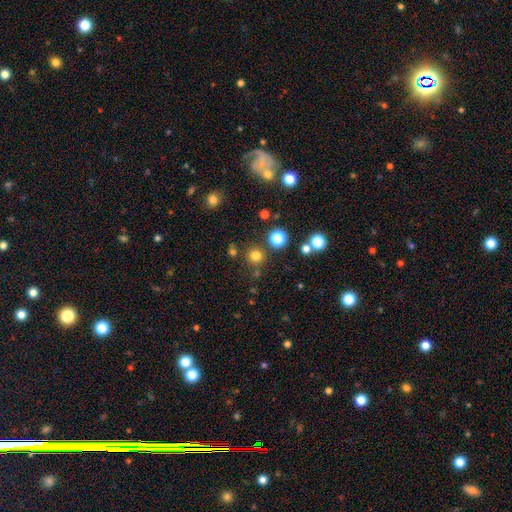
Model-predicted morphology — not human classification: Smooth or featured?
  - smooth: 75% *
  - star or artifact: 19%
  - featured or disk: 6%
How rounded?
  - round: 94% *
  - in between: 5%
  - cigar-shaped: 1%
Merging?
  - none: 83% *
  - minor disturbance: 7%
  - merger: 7%
  - major disturbance: 3%